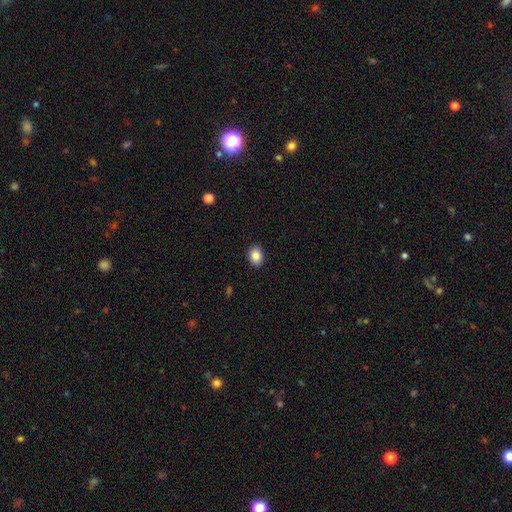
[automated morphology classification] A smooth galaxy with no disk features (87%) that is in between round and cigar-shaped (66%).

Vote fractions:
- Smooth or featured? smooth: 87% / star or artifact: 9% / featured or disk: 5%
- How rounded? in between: 66% / round: 33% / cigar-shaped: 1%
- Merging? none: 90% / minor disturbance: 7% / major disturbance: 2% / merger: 1%